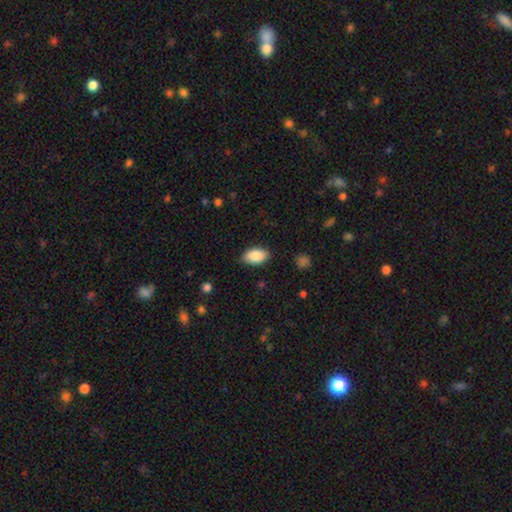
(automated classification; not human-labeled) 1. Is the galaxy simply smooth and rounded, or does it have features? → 87% smooth, 7% star or artifact, 6% featured or disk.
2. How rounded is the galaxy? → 94% in between, 4% round, 2% cigar-shaped.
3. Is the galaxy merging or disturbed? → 84% none, 12% minor disturbance, 3% major disturbance, 1% merger.